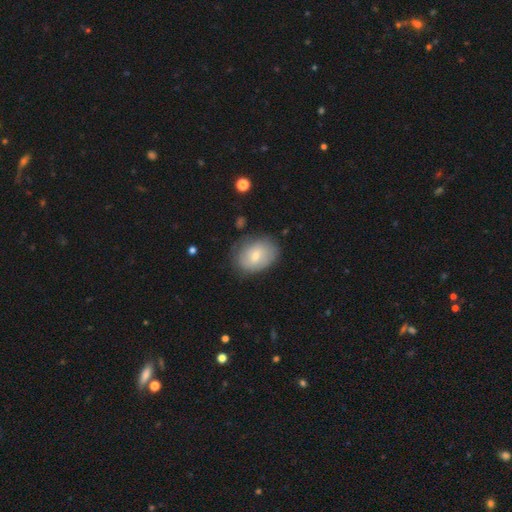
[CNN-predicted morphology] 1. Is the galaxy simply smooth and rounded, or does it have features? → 62% smooth, 30% featured or disk, 7% star or artifact.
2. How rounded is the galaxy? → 71% in between, 28% round, 1% cigar-shaped.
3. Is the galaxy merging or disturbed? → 72% none, 21% minor disturbance, 6% major disturbance, 2% merger.